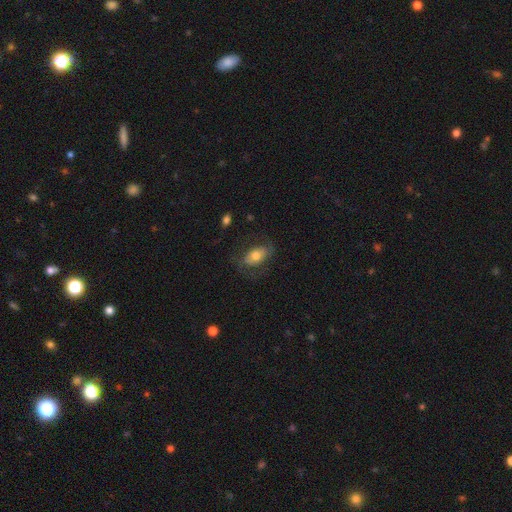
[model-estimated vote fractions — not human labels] This appears to be a smooth galaxy with no disk features (54%) that is in between round and cigar-shaped (87%). Merging: none (63%).